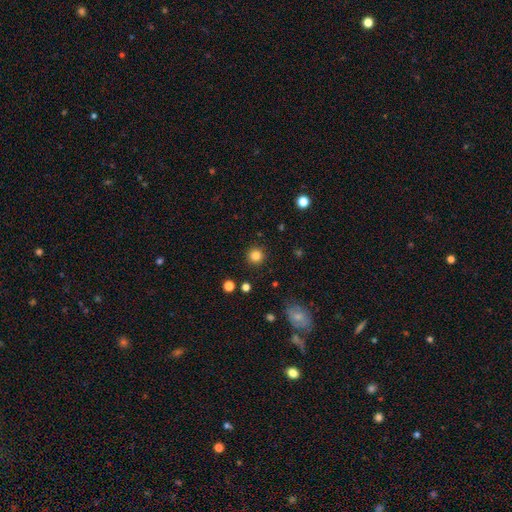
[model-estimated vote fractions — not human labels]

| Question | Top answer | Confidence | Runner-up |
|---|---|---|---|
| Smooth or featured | smooth | 84% | star or artifact (12%) |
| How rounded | round | 95% | in between (4%) |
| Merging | none | 91% | minor disturbance (5%) |